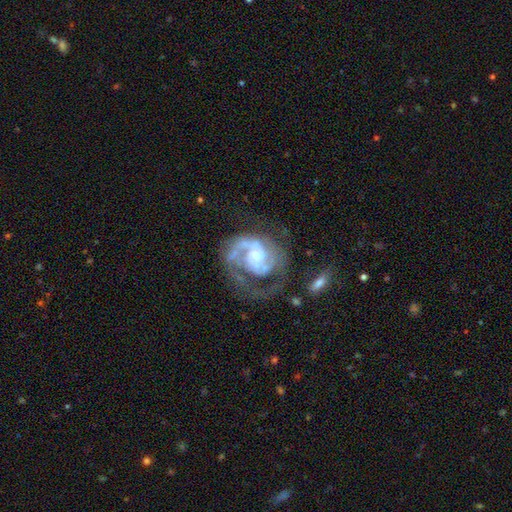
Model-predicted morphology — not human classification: featured or disk 89%, smooth 6%, star or artifact 5%. Down the decision tree: edge-on disk — no (98%); bar — no (60%); spiral arms — yes (95%); spiral arm count — 2 (49%); spiral winding — tight (45%); bulge size — small (58%); merging — none (48%).